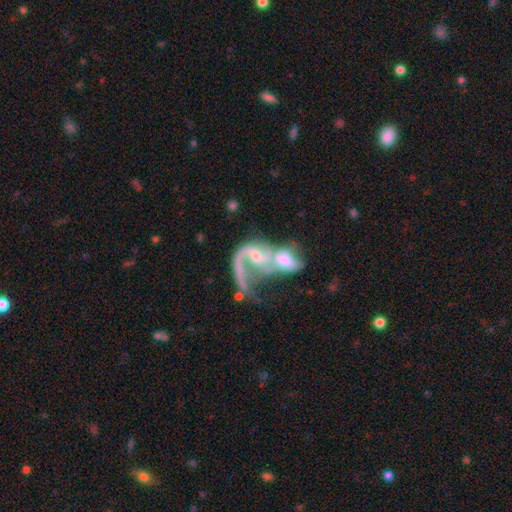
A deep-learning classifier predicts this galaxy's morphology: smooth_or_featured: featured or disk (p=0.80) [alt: smooth p=0.13]
disk_edge_on: no (p=0.97) [alt: yes p=0.03]
bar: no (p=0.49) [alt: weak p=0.38]
has_spiral_arms: yes (p=0.89) [alt: no p=0.11]
spiral_winding: loose (p=0.60) [alt: medium p=0.30]
spiral_arm_count: 1 (p=0.46) [alt: 2 p=0.42]
bulge_size: moderate (p=0.46) [alt: small p=0.35]
merging: merger (p=0.74) [alt: major disturbance p=0.13]